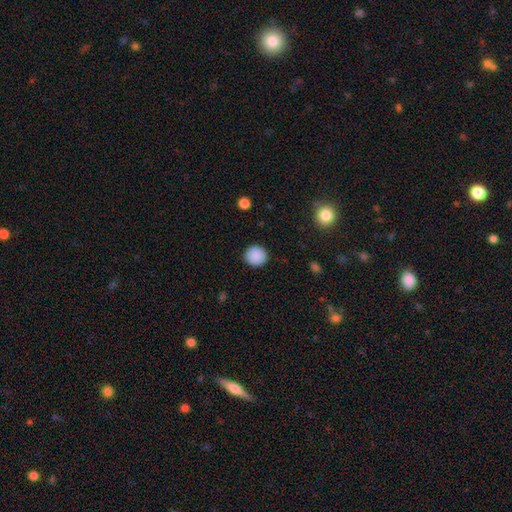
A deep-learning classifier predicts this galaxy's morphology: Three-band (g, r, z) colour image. It shows a smooth galaxy with no disk features (89%) that is round (93%). Merging: none (91%).